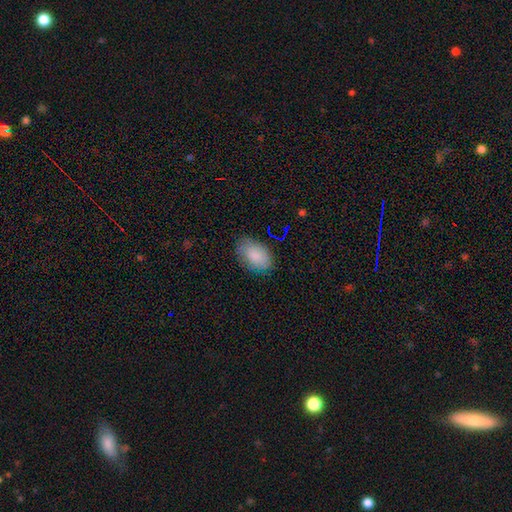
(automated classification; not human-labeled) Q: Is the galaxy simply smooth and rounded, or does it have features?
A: smooth — 85%.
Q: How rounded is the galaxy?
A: in between — 91%.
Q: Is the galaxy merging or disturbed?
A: none — 78%.